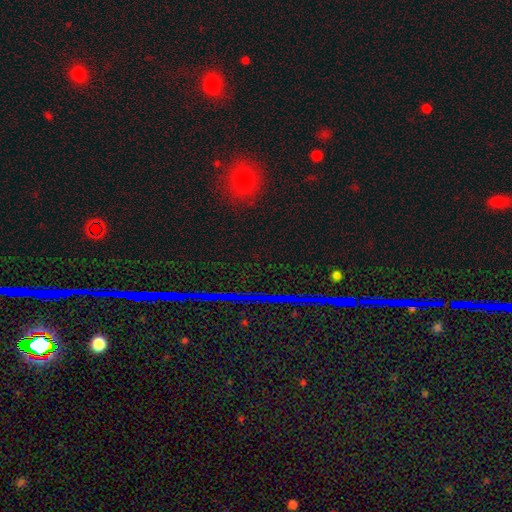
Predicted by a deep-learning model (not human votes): This appears to be a star or artifact, not a galaxy (73%).